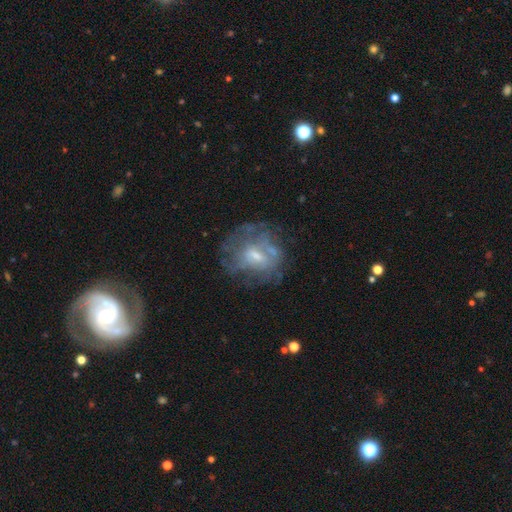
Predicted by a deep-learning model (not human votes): Morphology: type=featured or disk (62%); edge-on=no (96%); bar=no (52%); spiral arms=no (60%); bulge=small (44%); merging=none (57%).